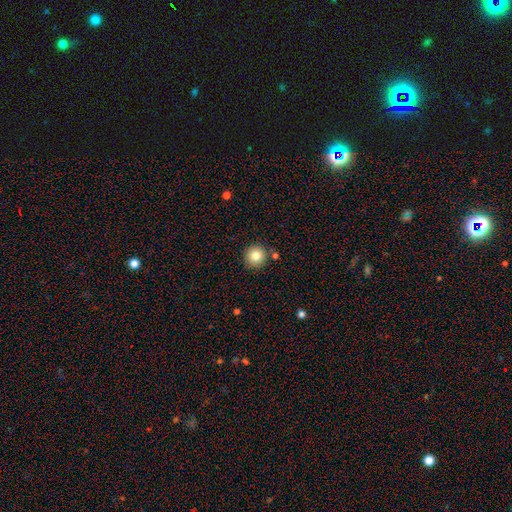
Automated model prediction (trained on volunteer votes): Smooth or featured: smooth — 82% (star or artifact — 10%)
How rounded: round — 95% (in between — 4%)
Merging: none — 85% (minor disturbance — 8%)